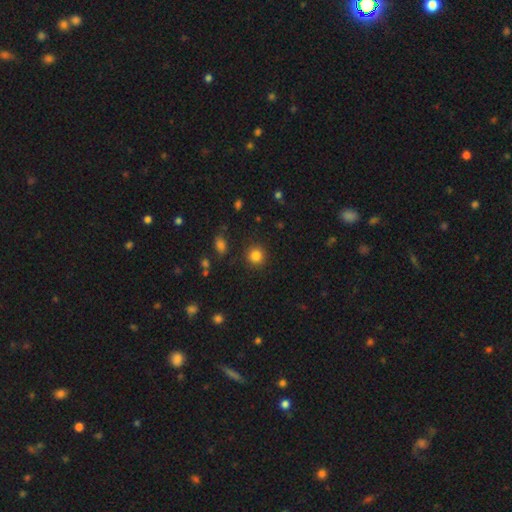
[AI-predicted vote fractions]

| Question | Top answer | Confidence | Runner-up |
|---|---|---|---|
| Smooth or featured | smooth | 84% | star or artifact (11%) |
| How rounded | round | 90% | in between (9%) |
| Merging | none | 89% | minor disturbance (7%) |